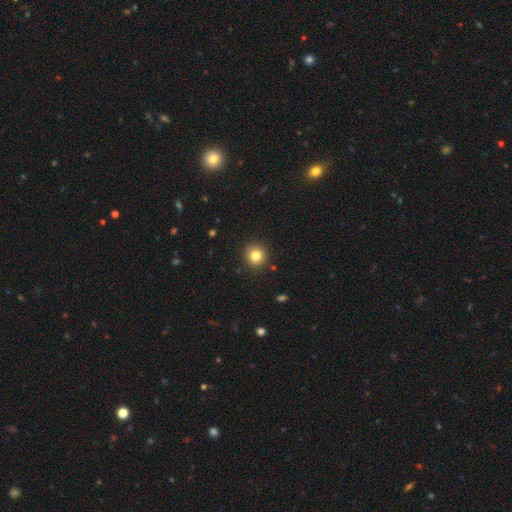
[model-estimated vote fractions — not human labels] smooth 82%, star or artifact 11%, featured or disk 6%. Down the decision tree: how rounded — round (92%); merging — none (91%).